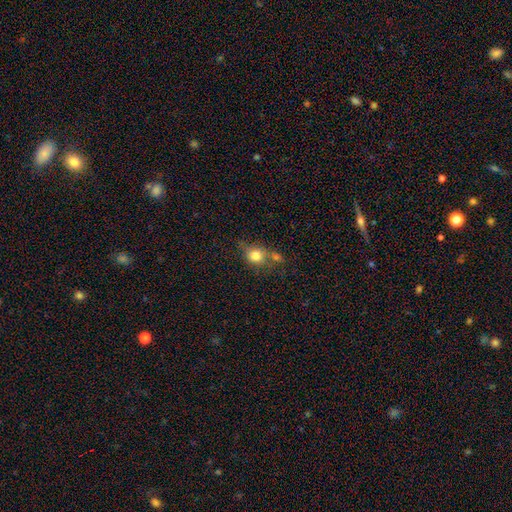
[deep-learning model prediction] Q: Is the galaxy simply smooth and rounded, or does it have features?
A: smooth — 77%.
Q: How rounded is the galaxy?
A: round — 69%.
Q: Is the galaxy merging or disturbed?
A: none — 47%.